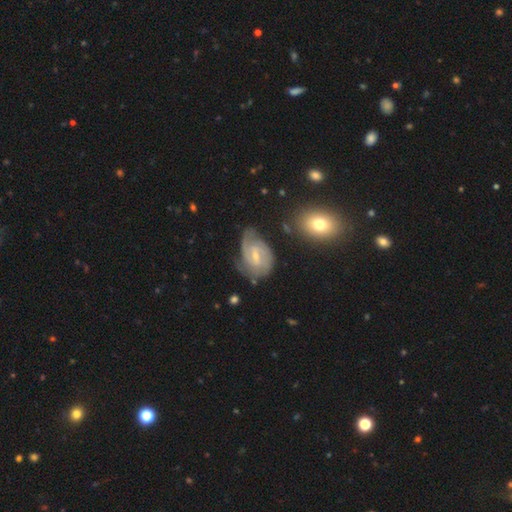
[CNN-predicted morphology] smooth-or-featured: featured or disk: 80% | smooth: 14% | star or artifact: 6%
  disk-edge-on: no: 97% | yes: 3%
    bar: weak: 59% | no: 21% | strong: 20%
    has-spiral-arms: yes: 92% | no: 8%
      spiral-winding: tight: 47% | medium: 39% | loose: 14%
      spiral-arm-count: 2: 54% | can't tell: 23% | 3: 12% | 1: 6% | 4: 3% | more than 4: 2%
    bulge-size: small: 63% | moderate: 31% | none: 4% | large: 1% | dominant: 1%
  merging: none: 56% | minor disturbance: 27% | major disturbance: 13% | merger: 4%